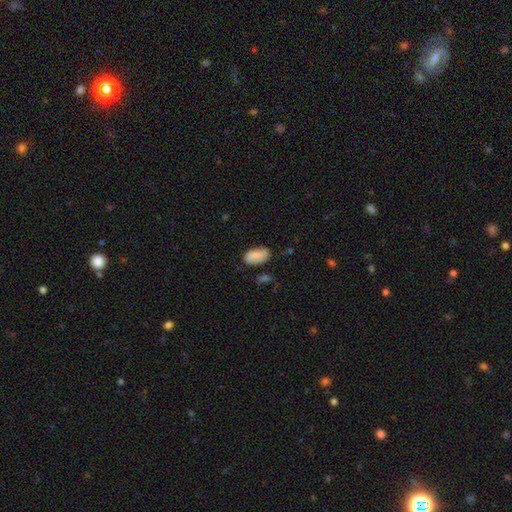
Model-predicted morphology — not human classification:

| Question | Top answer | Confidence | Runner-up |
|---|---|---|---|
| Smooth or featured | smooth | 84% | featured or disk (9%) |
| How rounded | in between | 94% | round (3%) |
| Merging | none | 68% | minor disturbance (24%) |